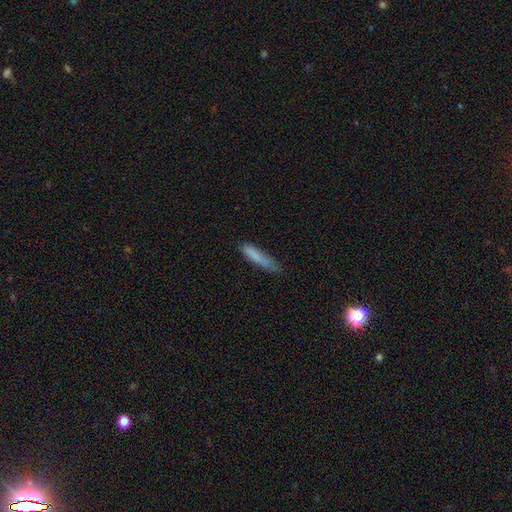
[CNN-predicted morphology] Smooth or featured? Predicted: smooth (p=0.79). How rounded? Predicted: cigar-shaped (p=0.84). Merging? Predicted: none (p=0.58).